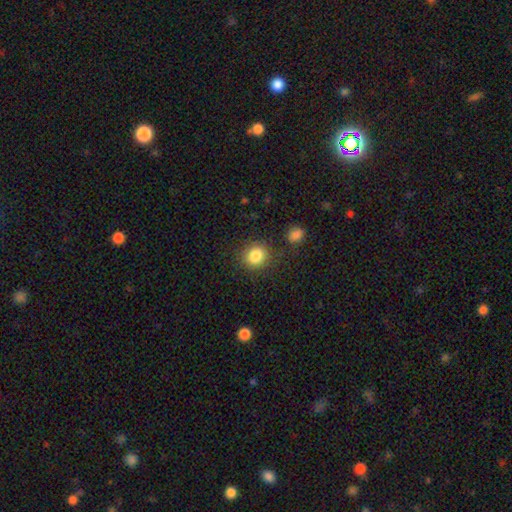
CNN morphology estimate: Smooth or featured: smooth — 85% (star or artifact — 10%)
How rounded: round — 78% (in between — 21%)
Merging: none — 83% (minor disturbance — 10%)